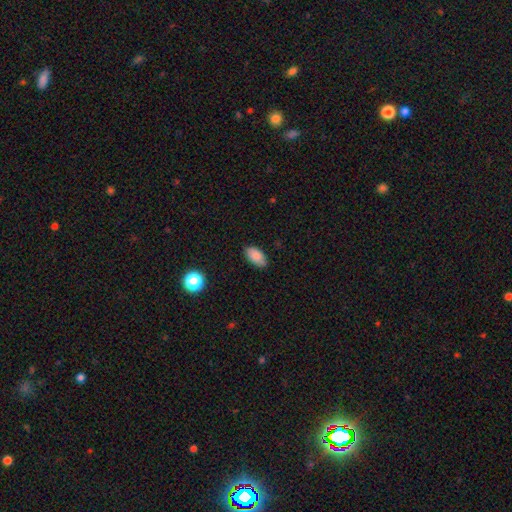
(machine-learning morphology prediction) A smooth galaxy with no disk features (87%) that is in between round and cigar-shaped (93%).

Vote fractions:
- Smooth or featured? smooth: 87% / star or artifact: 8% / featured or disk: 5%
- How rounded? in between: 93% / round: 4% / cigar-shaped: 4%
- Merging? none: 83% / minor disturbance: 13% / major disturbance: 2% / merger: 1%